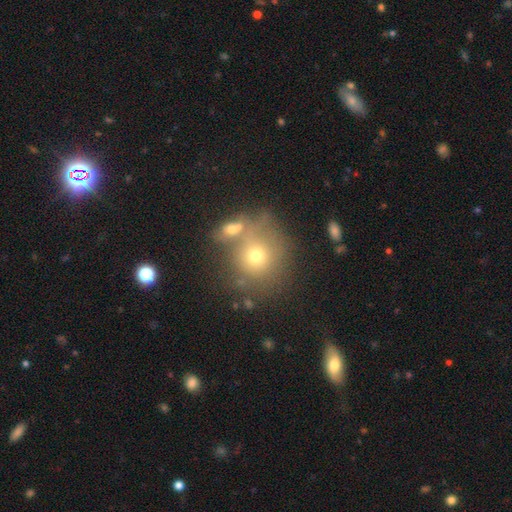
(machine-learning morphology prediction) Q: Smooth or featured?
A: smooth (66%); runner-up: featured or disk (17%)
Q: How rounded?
A: round (88%); runner-up: in between (11%)
Q: Merging?
A: none (59%); runner-up: merger (23%)